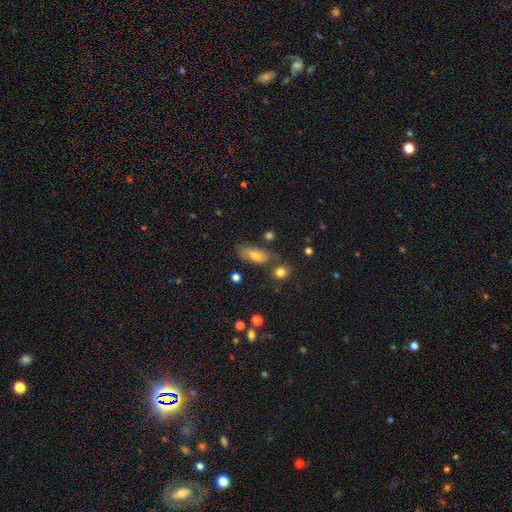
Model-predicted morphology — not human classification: Smooth or featured? Predicted: smooth (p=0.73). How rounded? Predicted: in between (p=0.77). Merging? Predicted: none (p=0.60).